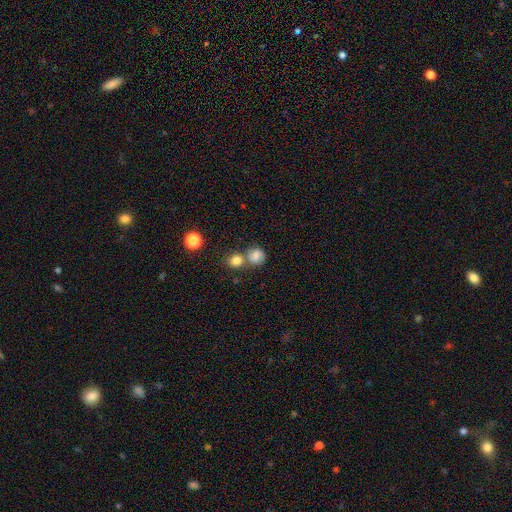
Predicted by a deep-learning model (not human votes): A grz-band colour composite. It shows a smooth galaxy with no disk features (76%) that is round (79%). Merging: none (49%).